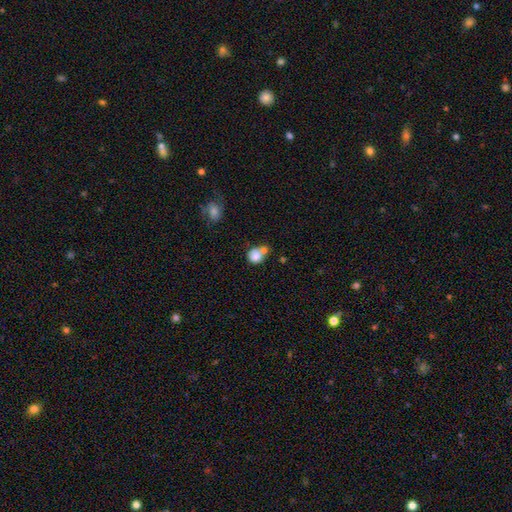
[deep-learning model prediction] Smooth or featured? Predicted: smooth (p=0.80). How rounded? Predicted: round (p=0.80). Merging? Predicted: merger (p=0.45).